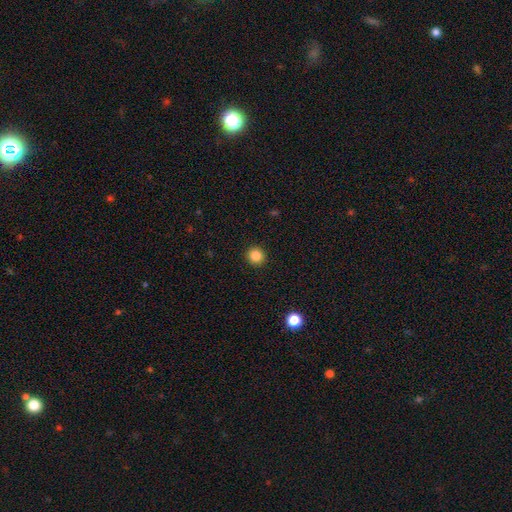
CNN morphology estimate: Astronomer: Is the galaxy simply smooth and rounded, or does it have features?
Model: smooth — 85%.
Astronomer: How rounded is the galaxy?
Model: round — 93%.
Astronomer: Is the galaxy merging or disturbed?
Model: none — 93%.